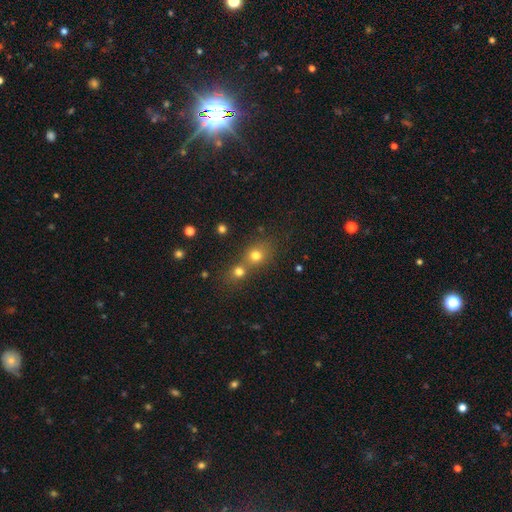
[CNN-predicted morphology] Smooth or featured? smooth (73%)
How rounded? round (75%)
Merging? merger (46%)